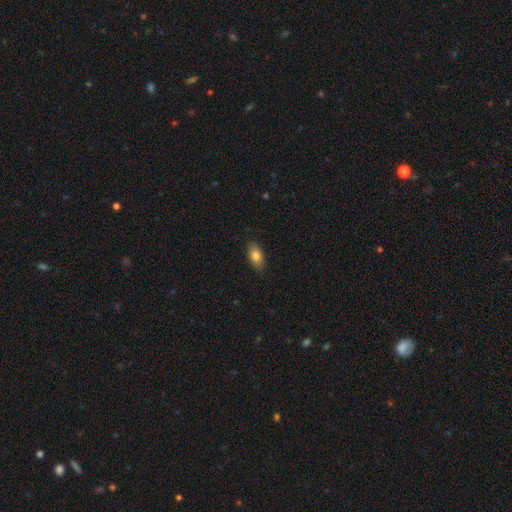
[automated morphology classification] Q: Smooth or featured?
A: smooth (83%); runner-up: featured or disk (10%)
Q: How rounded?
A: in between (91%); runner-up: cigar-shaped (5%)
Q: Merging?
A: none (87%); runner-up: minor disturbance (10%)